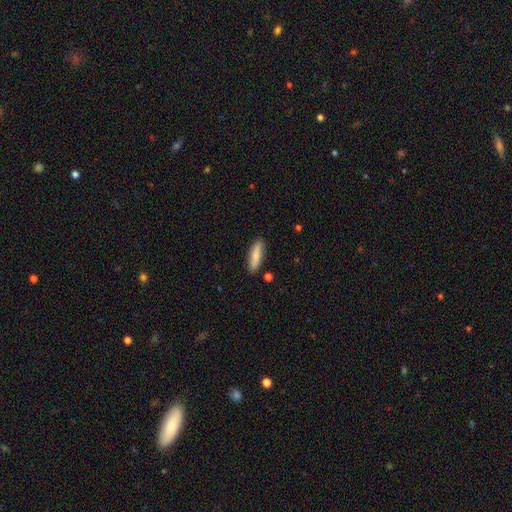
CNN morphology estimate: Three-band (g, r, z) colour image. It shows a smooth galaxy with no disk features (80%) that is cigar-shaped (63%). Merging: none (87%).